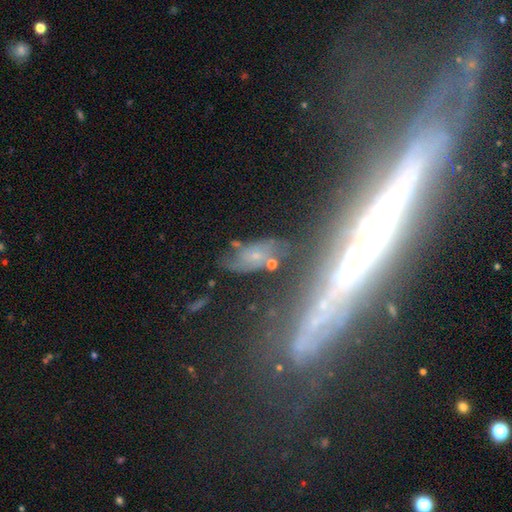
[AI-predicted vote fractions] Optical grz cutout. It shows a featured or disk galaxy (50%). Merging: none (57%).